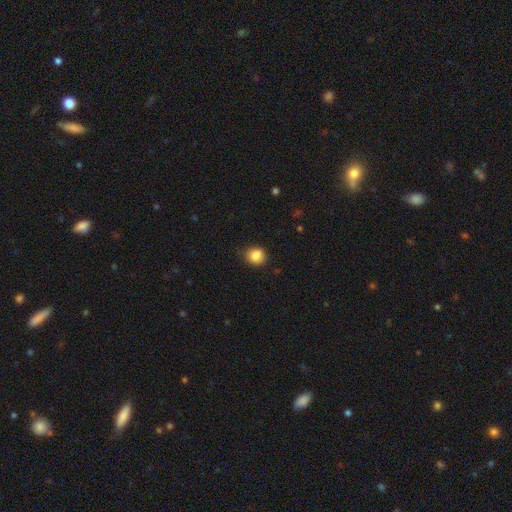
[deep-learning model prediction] Morphology: type=smooth (85%); roundness=round (83%); merging=none (79%).